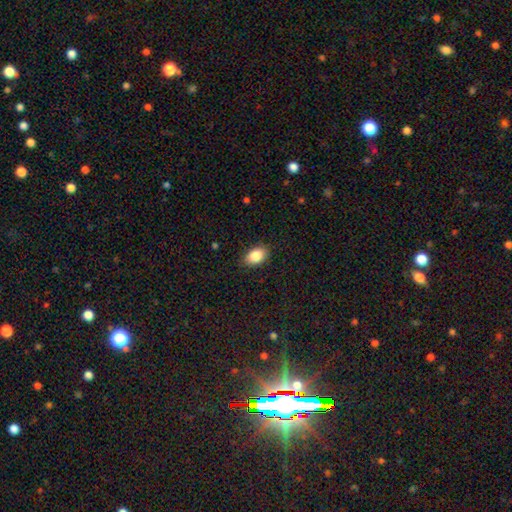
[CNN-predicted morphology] Overall: smooth (87%). How rounded: in between (86%). Merging: none (85%).